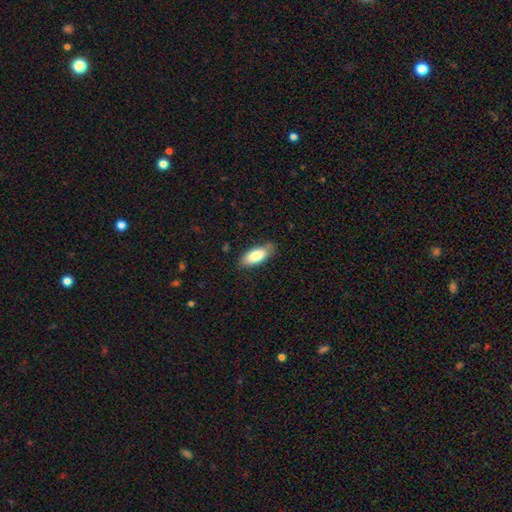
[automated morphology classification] The model was most divided on "merging": none: 77%, minor disturbance: 18%, major disturbance: 3%, merger: 1%. More confident: how rounded — in between (83%); smooth or featured — smooth (82%).